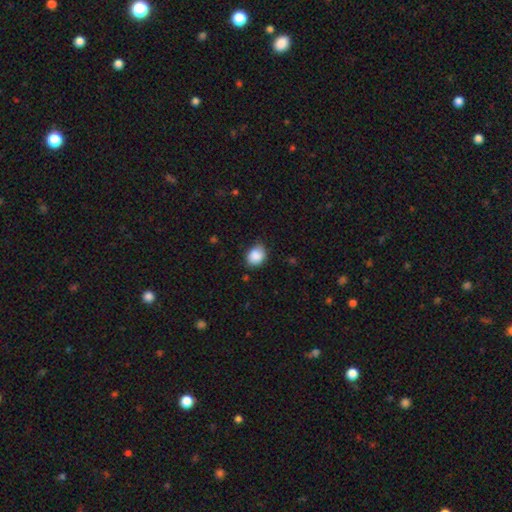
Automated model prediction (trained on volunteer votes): Smooth or featured? Predicted: smooth (p=0.88). How rounded? Predicted: round (p=0.54). Merging? Predicted: none (p=0.73).